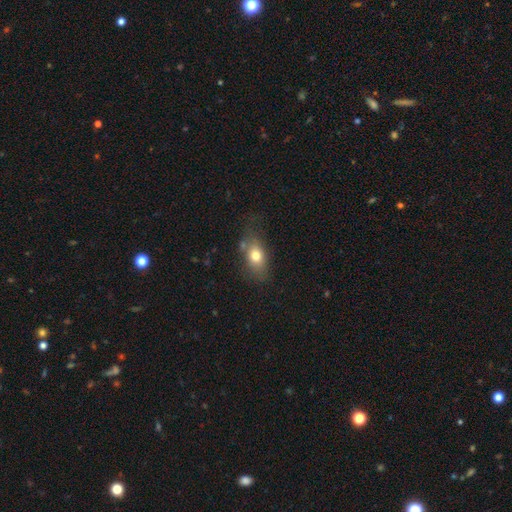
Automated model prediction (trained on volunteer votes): A smooth galaxy with no disk features (75%) that is in between round and cigar-shaped (76%). Merging: none (62%).